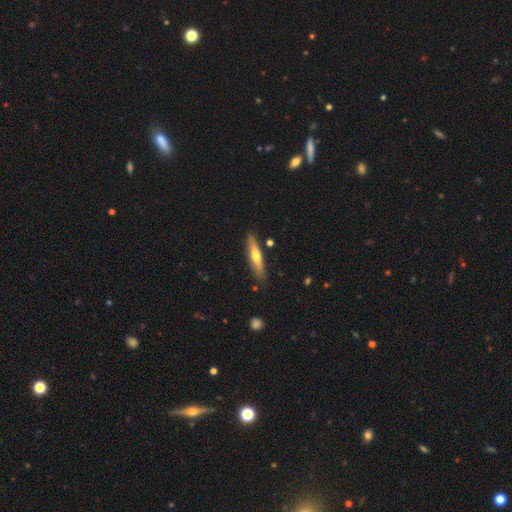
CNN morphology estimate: Smooth or featured? smooth (50%)
Merging? none (85%)